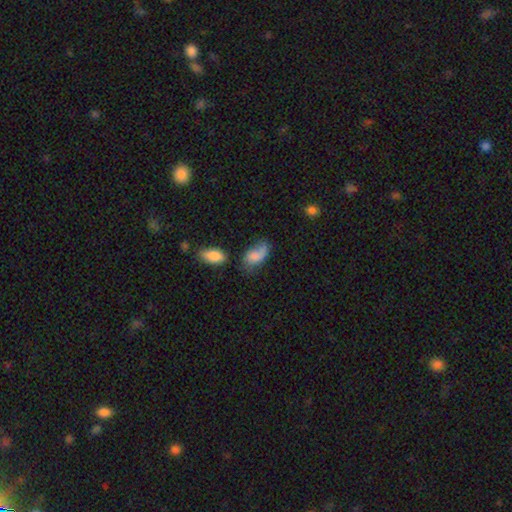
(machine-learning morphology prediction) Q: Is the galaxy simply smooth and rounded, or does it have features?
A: smooth — 73%.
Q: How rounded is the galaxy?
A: in between — 91%.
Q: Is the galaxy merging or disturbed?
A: none — 40%.